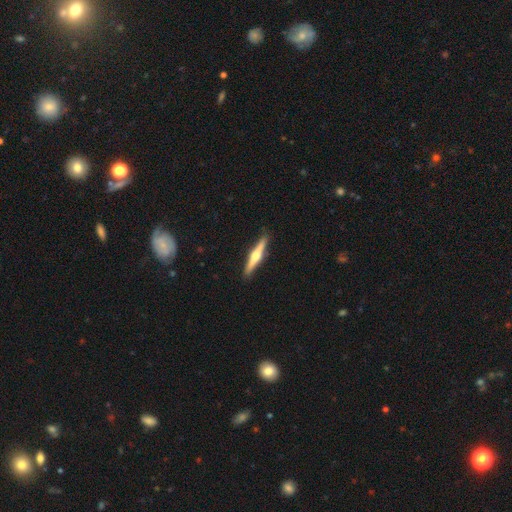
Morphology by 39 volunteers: This appears to be a featured or disk galaxy (74%) viewed edge-on (100%) with a rounded central bulge (90%). Merging: none (100%).